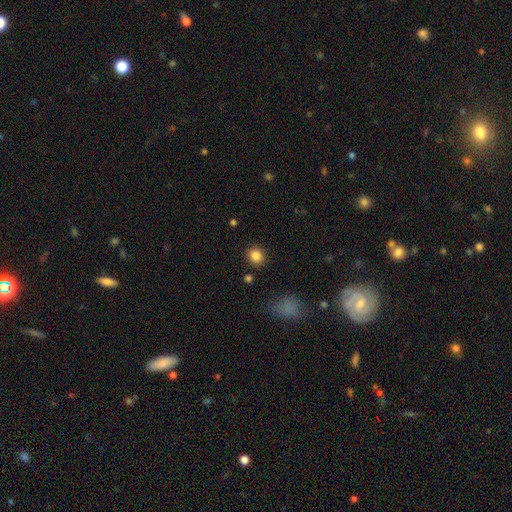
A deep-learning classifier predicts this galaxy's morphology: Overall: smooth (84%). How rounded: round (85%). Merging: none (88%).